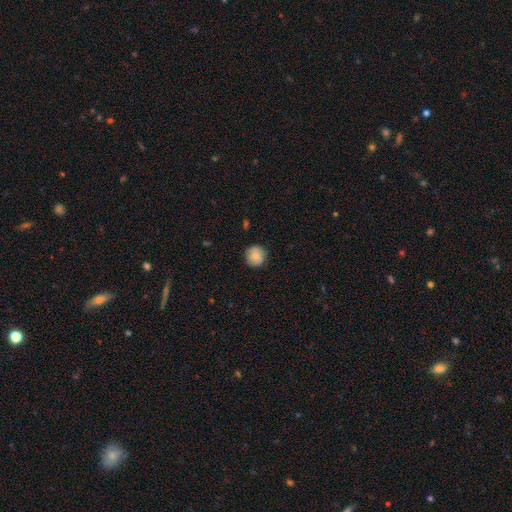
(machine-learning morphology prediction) A smooth galaxy with no disk features (78%) that is round (93%).

Vote fractions:
- Smooth or featured? smooth: 78% / featured or disk: 15% / star or artifact: 8%
- How rounded? round: 93% / in between: 6% / cigar-shaped: 1%
- Merging? none: 86% / minor disturbance: 11% / major disturbance: 2% / merger: 1%